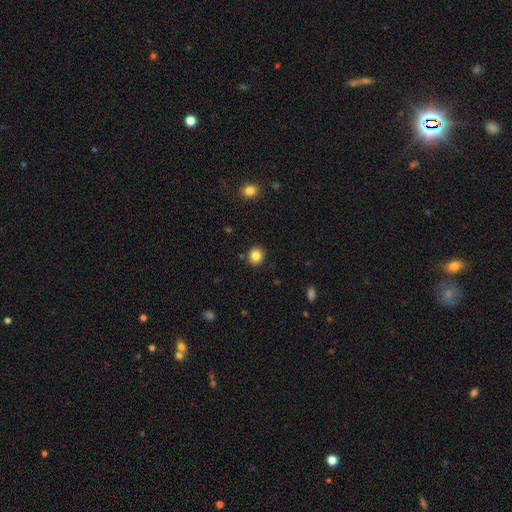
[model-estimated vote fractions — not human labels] This is clearly a smooth galaxy (84%). How rounded: likely round (77%). Merging: clearly none (90%).